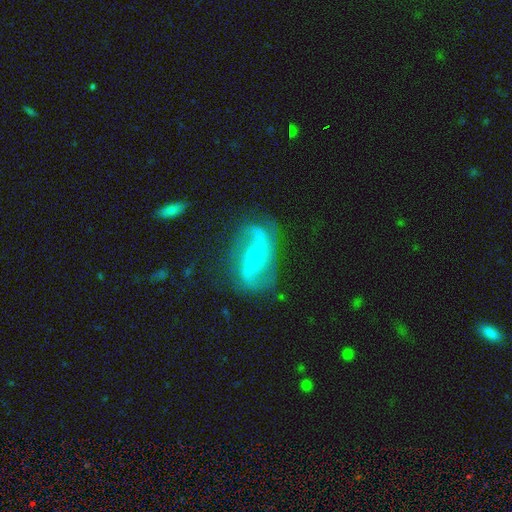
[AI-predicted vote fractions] Smooth or featured? featured or disk (83%)
Edge-on disk? no (96%)
Bar? no (48%)
Spiral arms? yes (93%)
Spiral winding? loose (55%)
Spiral arm count? 2 (88%)
Bulge size? small (52%)
Merging? none (67%)